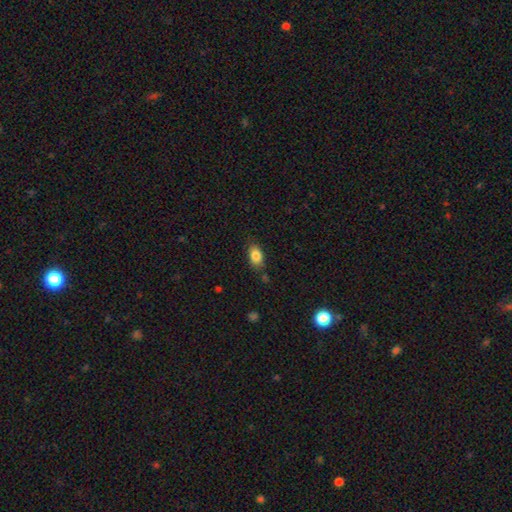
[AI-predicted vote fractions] Overall: smooth (85%). How rounded: in between (87%). Merging: none (80%).